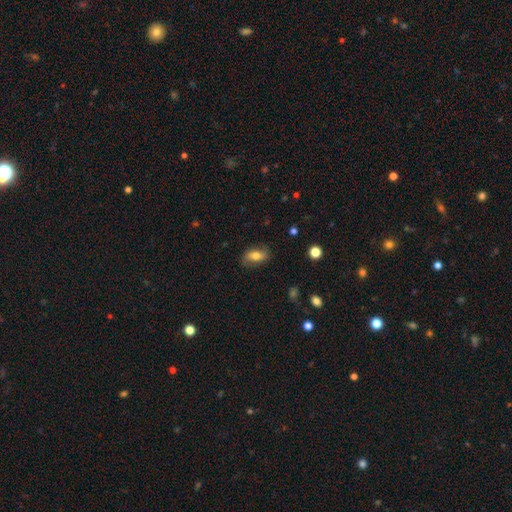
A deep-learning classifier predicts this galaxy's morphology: Smooth or featured? smooth (61%)
How rounded? in between (85%)
Merging? none (76%)